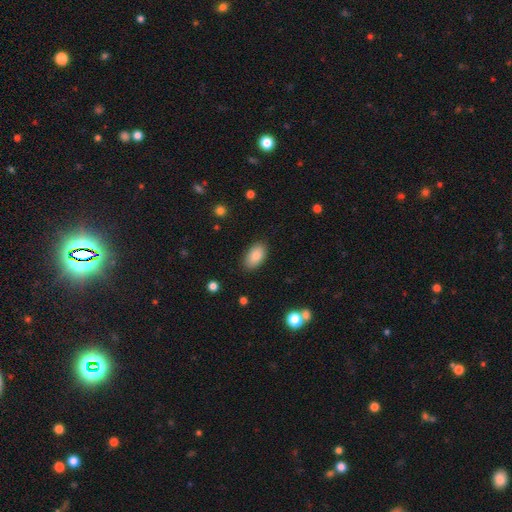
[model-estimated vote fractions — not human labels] smooth_or_featured: smooth (p=0.84) [alt: featured or disk p=0.08]
how_rounded: in between (p=0.93) [alt: round p=0.05]
merging: none (p=0.86) [alt: minor disturbance p=0.10]